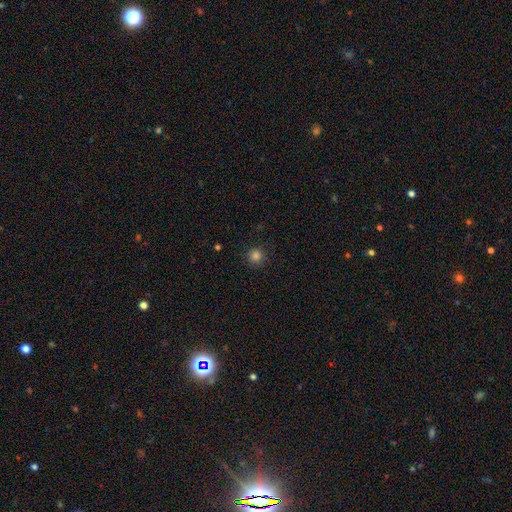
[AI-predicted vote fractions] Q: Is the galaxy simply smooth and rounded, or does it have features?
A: smooth — 83%.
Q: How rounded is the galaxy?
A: round — 95%.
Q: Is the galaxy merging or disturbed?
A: none — 90%.